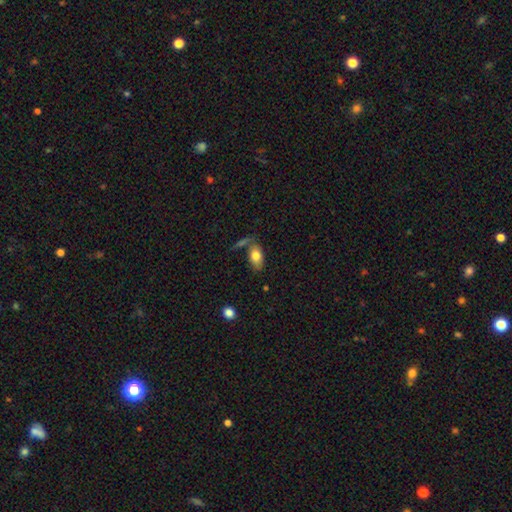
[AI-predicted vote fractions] smooth_or_featured: smooth (p=0.78) [alt: featured or disk p=0.14]
how_rounded: in between (p=0.91) [alt: round p=0.06]
merging: none (p=0.63) [alt: minor disturbance p=0.16]